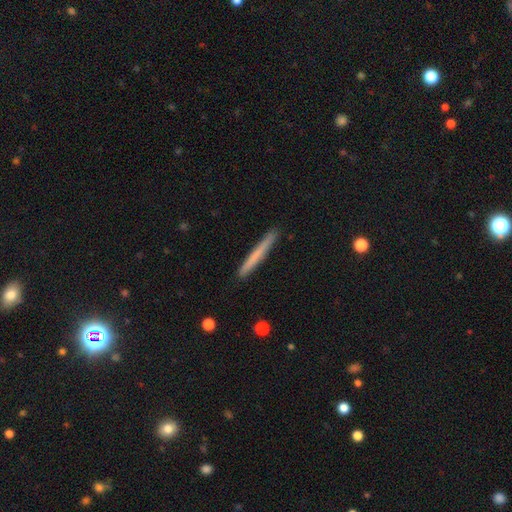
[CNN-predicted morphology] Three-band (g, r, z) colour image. It shows a smooth galaxy with no disk features (66%) that is cigar-shaped (97%). Merging: none (91%).